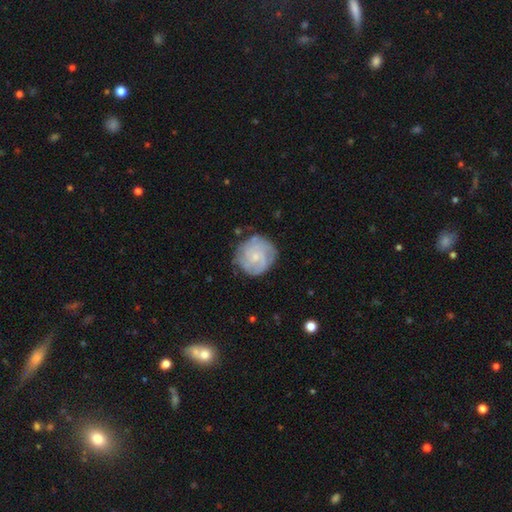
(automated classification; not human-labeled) The model was most divided on "spiral arm count": can't tell: 38%, 2: 25%, 3: 21%, 4: 7%, 1: 5%, more than 4: 4%. More confident: edge-on disk — no (98%); spiral arms — yes (88%); merging — none (74%); bar — no (71%); smooth or featured — featured or disk (67%); bulge size — small (64%); spiral winding — tight (63%).